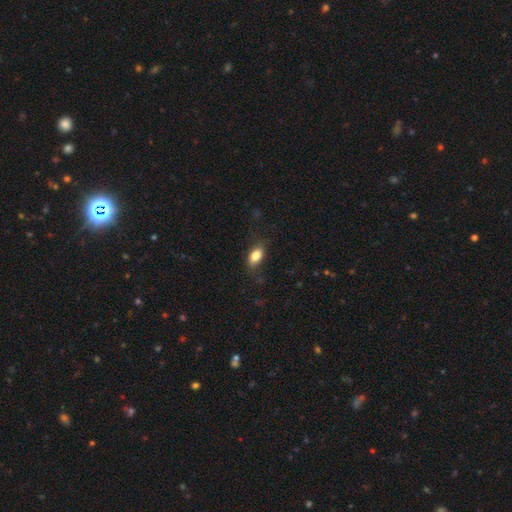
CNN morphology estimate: A smooth galaxy with no disk features (83%) that is in between round and cigar-shaped (89%).

Vote fractions:
- Smooth or featured? smooth: 83% / featured or disk: 9% / star or artifact: 8%
- How rounded? in between: 89% / round: 7% / cigar-shaped: 5%
- Merging? none: 76% / minor disturbance: 17% / major disturbance: 6% / merger: 1%